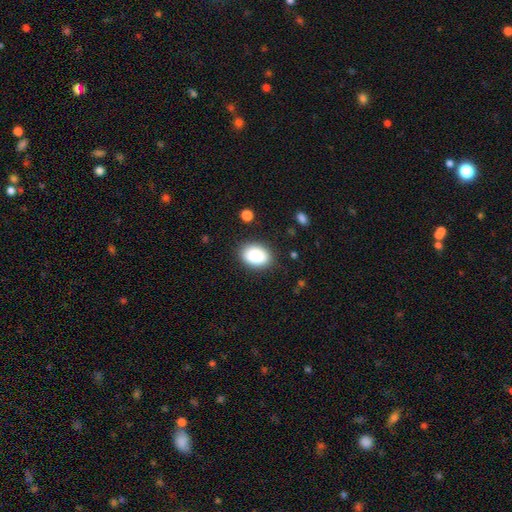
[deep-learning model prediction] Smooth or featured? Predicted: smooth (p=0.89). How rounded? Predicted: in between (p=0.85). Merging? Predicted: none (p=0.86).